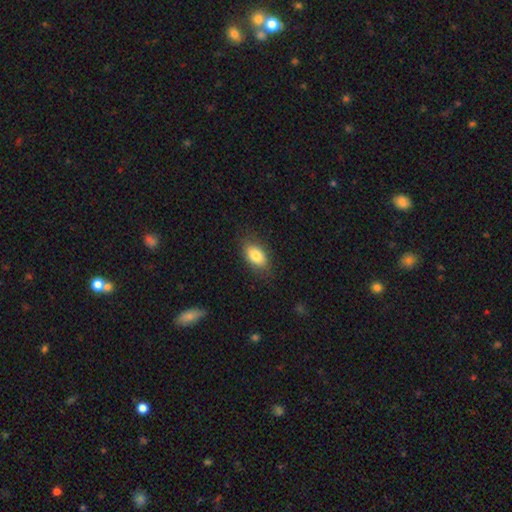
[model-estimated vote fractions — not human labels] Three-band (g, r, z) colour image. It shows a smooth galaxy with no disk features (82%) that is in between round and cigar-shaped (88%). Merging: none (81%).